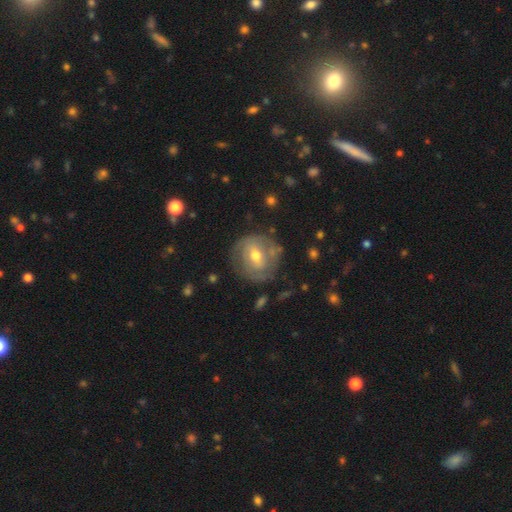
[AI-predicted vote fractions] A featured or disk galaxy (59%) with a weak bar (45%), spiral arms (56%) and a moderate central bulge (73%). Merging: none (70%).